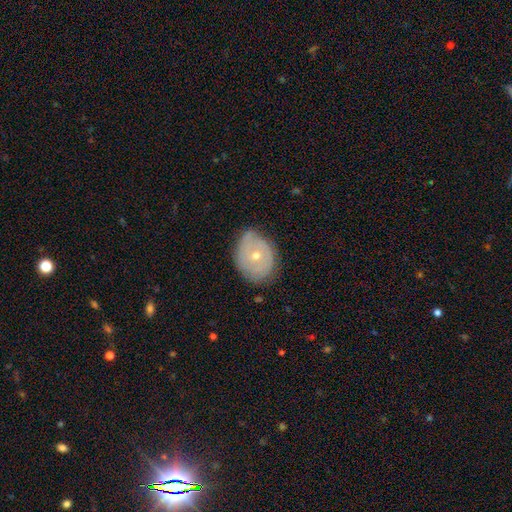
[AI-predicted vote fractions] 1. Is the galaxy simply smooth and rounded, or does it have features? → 55% featured or disk, 38% smooth, 8% star or artifact.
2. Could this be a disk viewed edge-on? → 95% no, 5% yes.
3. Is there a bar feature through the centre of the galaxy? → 85% no, 12% weak, 3% strong.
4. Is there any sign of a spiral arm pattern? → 54% yes, 46% no.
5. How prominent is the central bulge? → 53% small, 45% moderate, 1% large, 1% none, 1% dominant.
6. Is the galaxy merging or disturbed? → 60% none, 31% minor disturbance, 7% major disturbance, 2% merger.